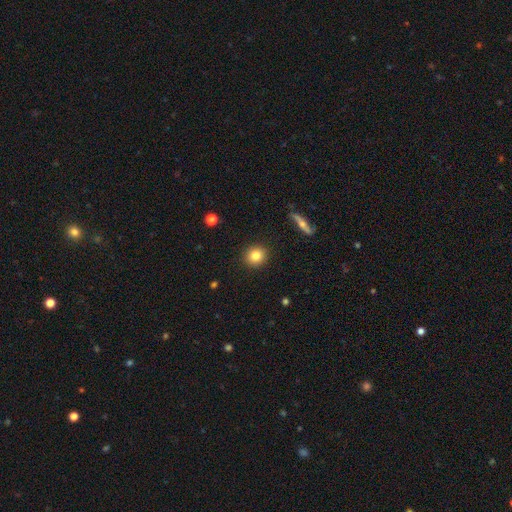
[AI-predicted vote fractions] This is clearly a smooth galaxy (82%). How rounded: clearly round (89%). Merging: clearly none (92%).